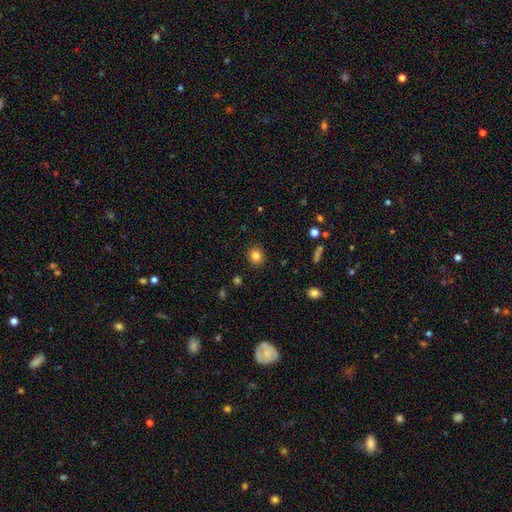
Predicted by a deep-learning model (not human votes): Smooth or featured?
  - smooth: 83% *
  - star or artifact: 11%
  - featured or disk: 6%
How rounded?
  - round: 80% *
  - in between: 19%
  - cigar-shaped: 1%
Merging?
  - none: 90% *
  - minor disturbance: 7%
  - major disturbance: 2%
  - merger: 1%